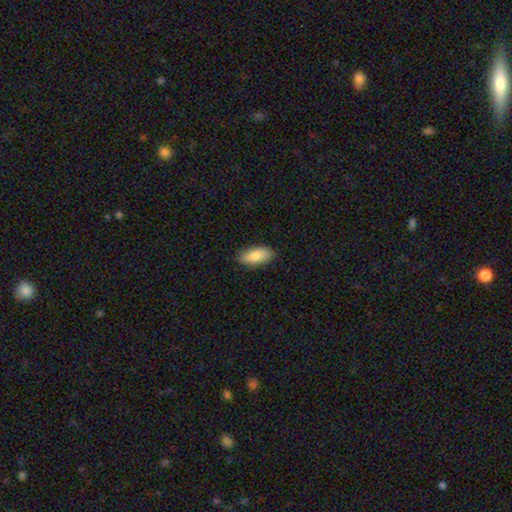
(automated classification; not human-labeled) The model was most divided on "merging": none: 86%, minor disturbance: 11%, major disturbance: 2%, merger: 1%. More confident: how rounded — in between (88%); smooth or featured — smooth (84%).